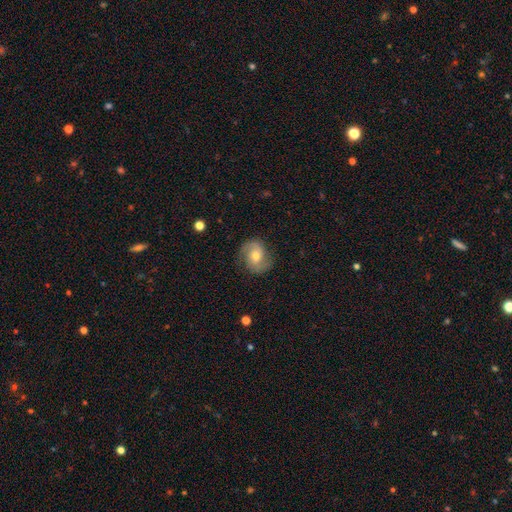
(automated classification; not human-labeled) The model was most divided on "bar": no: 53%, weak: 38%, strong: 9%. Remaining: edge-on disk — no (97%); spiral arms — yes (91%); spiral arm count — 2 (85%); merging — none (78%); smooth or featured — featured or disk (71%); bulge size — moderate (66%); spiral winding — medium (47%).